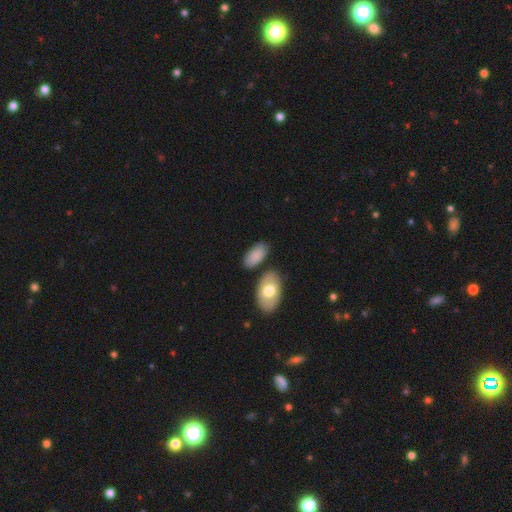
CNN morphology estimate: This appears to be a smooth galaxy with no disk features (83%) that is in between round and cigar-shaped (94%). Merging: none (73%).